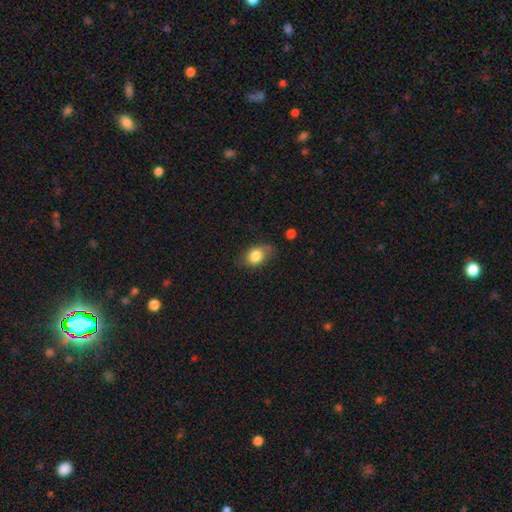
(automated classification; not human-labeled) This appears to be a smooth galaxy with no disk features (80%) that is in between round and cigar-shaped (69%). Merging: none (62%).